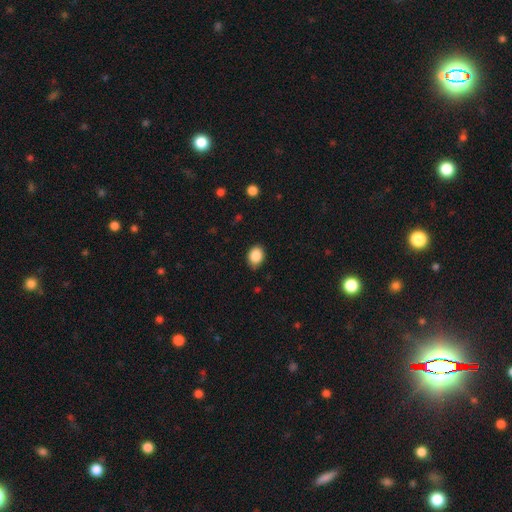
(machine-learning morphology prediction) A smooth galaxy with no disk features (88%) that is in between round and cigar-shaped (65%).

Vote fractions:
- Smooth or featured? smooth: 88% / star or artifact: 8% / featured or disk: 4%
- How rounded? in between: 65% / round: 34% / cigar-shaped: 1%
- Merging? none: 82% / minor disturbance: 15% / major disturbance: 2% / merger: 1%